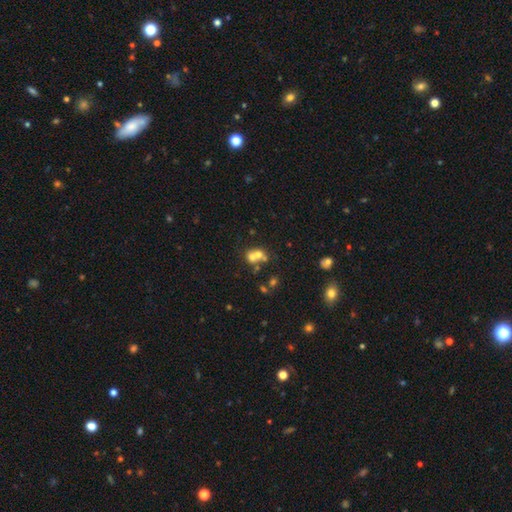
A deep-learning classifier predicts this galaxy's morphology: smooth-or-featured: smooth: 60% | featured or disk: 25% | star or artifact: 16%
  how-rounded: round: 71% | in between: 28% | cigar-shaped: 1%
  merging: merger: 61% | none: 28% | minor disturbance: 6% | major disturbance: 4%